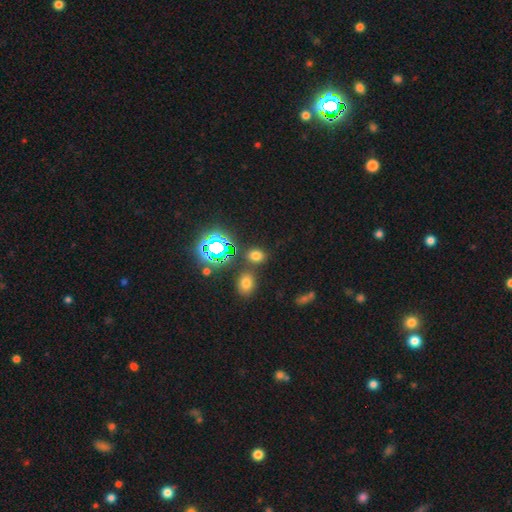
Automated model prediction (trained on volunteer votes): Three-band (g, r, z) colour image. It shows a smooth galaxy with no disk features (61%) that is in between round and cigar-shaped (58%). Merging: none (78%).